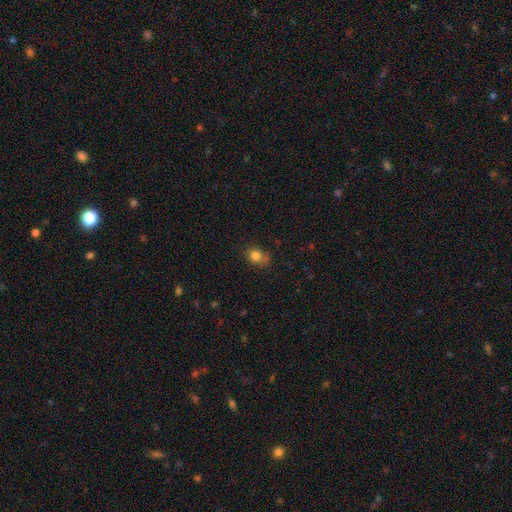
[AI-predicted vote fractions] Smooth or featured: smooth — 82% (star or artifact — 12%)
How rounded: round — 60% (in between — 39%)
Merging: none — 59% (minor disturbance — 27%)